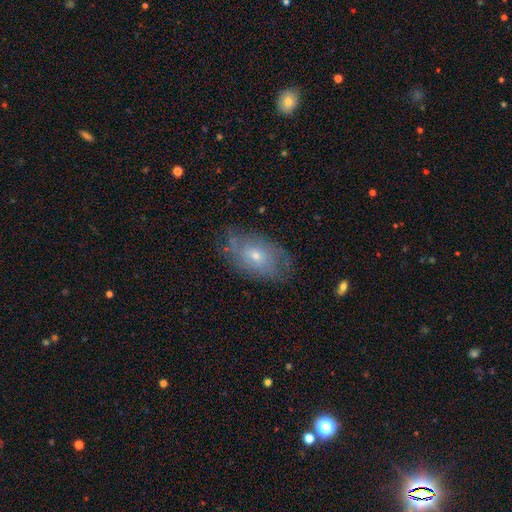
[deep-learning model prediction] The model was most divided on "smooth or featured": featured or disk: 53%, smooth: 38%, star or artifact: 8%. More confident: edge-on disk — no (92%); merging — none (70%).